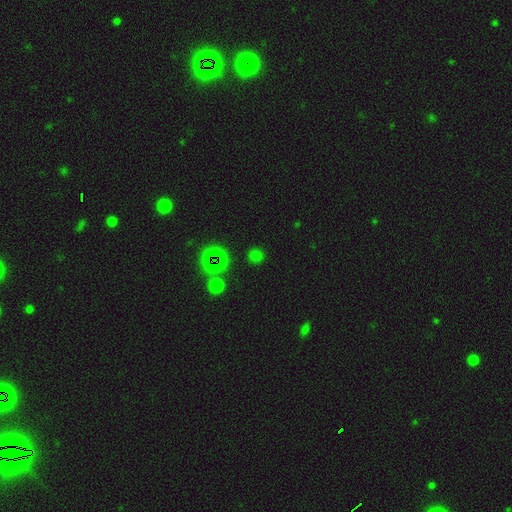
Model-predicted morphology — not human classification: smooth-or-featured: smooth: 60% | star or artifact: 34% | featured or disk: 5%
  how-rounded: round: 88% | in between: 11% | cigar-shaped: 1%
  merging: none: 85% | minor disturbance: 8% | merger: 3% | major disturbance: 3%